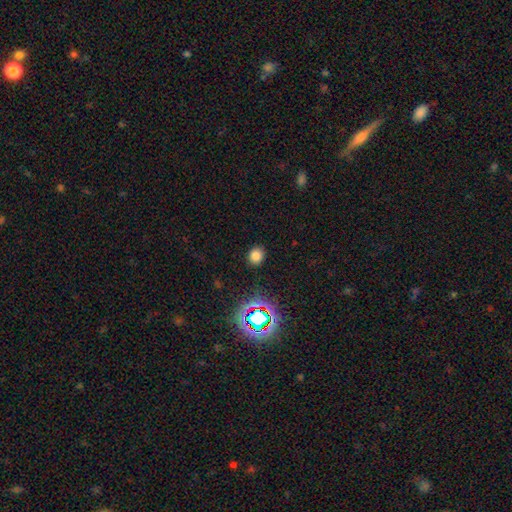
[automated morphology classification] smooth 75%, star or artifact 19%, featured or disk 5%. Down the decision tree: how rounded — round (76%); merging — none (87%).